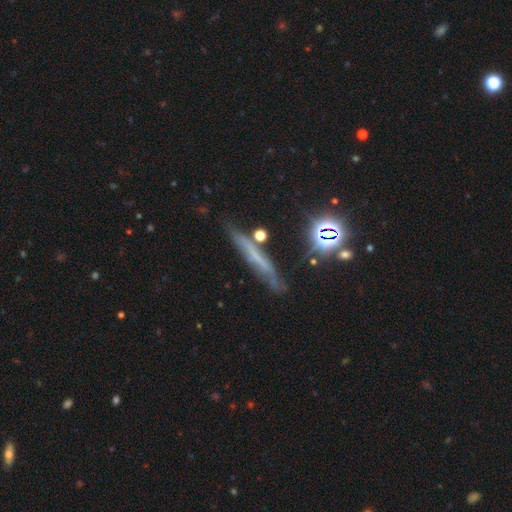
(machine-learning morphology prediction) Overall: featured or disk (42%; smooth 39%). Merging: none (73%).